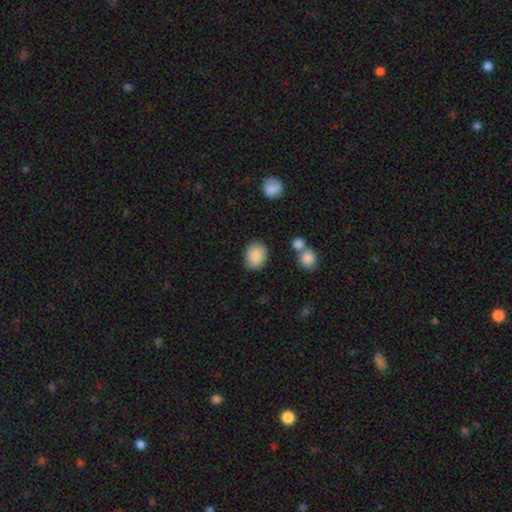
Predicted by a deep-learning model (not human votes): A smooth galaxy with no disk features (87%) that is in between round and cigar-shaped (60%).

Vote fractions:
- Smooth or featured? smooth: 87% / star or artifact: 7% / featured or disk: 6%
- How rounded? in between: 60% / round: 39% / cigar-shaped: 1%
- Merging? none: 82% / minor disturbance: 12% / merger: 4% / major disturbance: 3%